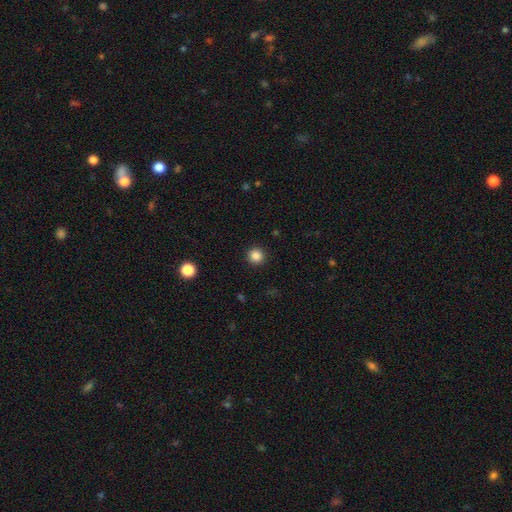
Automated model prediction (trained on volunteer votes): The model was most divided on "smooth or featured": smooth: 86%, star or artifact: 11%, featured or disk: 3%. More confident: how rounded — round (94%); merging — none (92%).